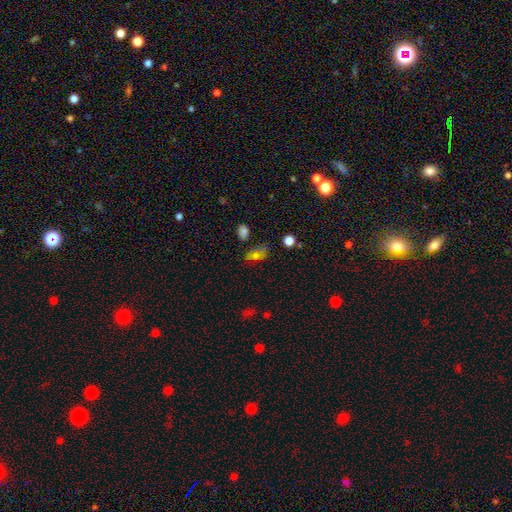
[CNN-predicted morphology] Overall: smooth (62%). How rounded: in between (82%). Merging: none (53%; minor disturbance 27%).